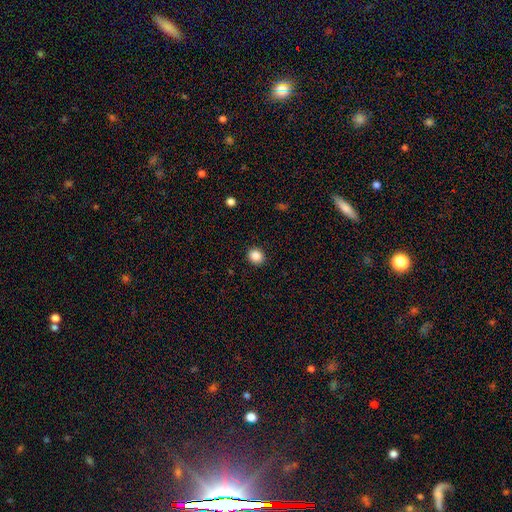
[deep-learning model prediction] A smooth galaxy with no disk features (87%) that is round (75%).

Vote fractions:
- Smooth or featured? smooth: 87% / star or artifact: 10% / featured or disk: 3%
- How rounded? round: 75% / in between: 24% / cigar-shaped: 1%
- Merging? none: 91% / minor disturbance: 6% / major disturbance: 2% / merger: 1%